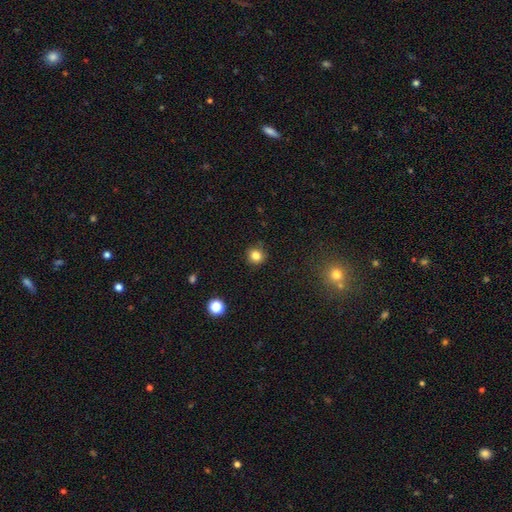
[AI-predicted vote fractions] Smooth or featured?
  - smooth: 83% *
  - star or artifact: 12%
  - featured or disk: 5%
How rounded?
  - round: 89% *
  - in between: 10%
  - cigar-shaped: 1%
Merging?
  - none: 88% *
  - minor disturbance: 8%
  - major disturbance: 2%
  - merger: 1%